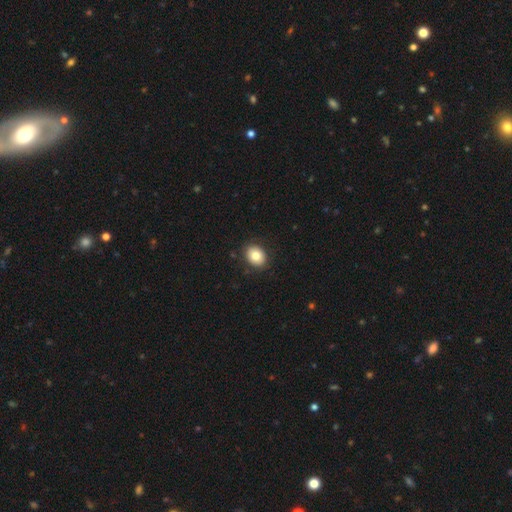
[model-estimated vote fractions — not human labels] Smooth or featured? Predicted: smooth (p=0.81). How rounded? Predicted: in between (p=0.55). Merging? Predicted: none (p=0.87).